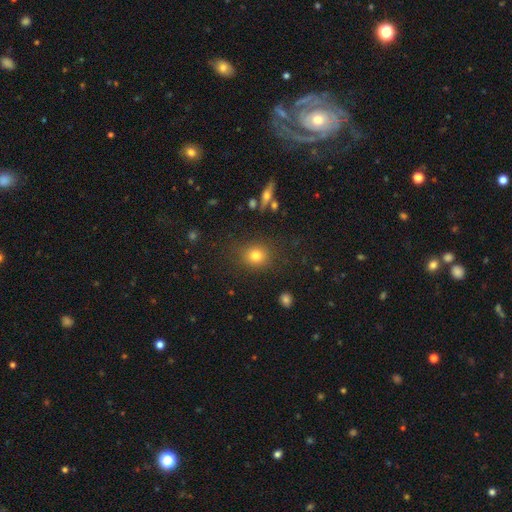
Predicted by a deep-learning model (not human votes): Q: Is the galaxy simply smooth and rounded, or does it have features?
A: smooth — 78%.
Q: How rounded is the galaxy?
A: round — 80%.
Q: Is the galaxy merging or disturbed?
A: none — 83%.